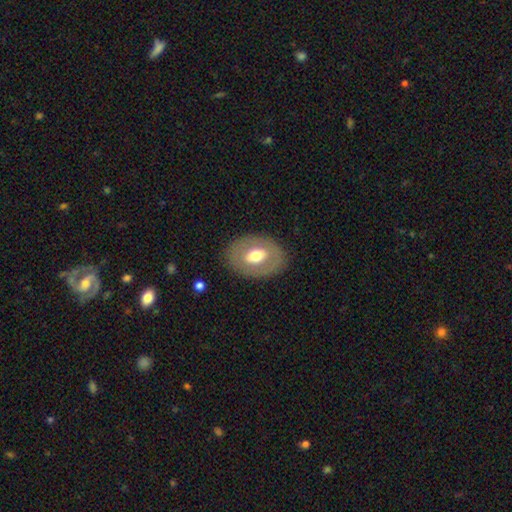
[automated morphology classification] smooth_or_featured: smooth (p=0.53) [alt: featured or disk p=0.41]
how_rounded: in between (p=0.75) [alt: round p=0.24]
merging: none (p=0.84) [alt: minor disturbance p=0.10]